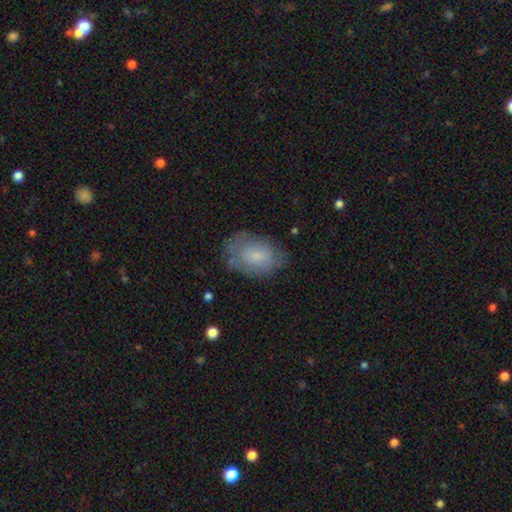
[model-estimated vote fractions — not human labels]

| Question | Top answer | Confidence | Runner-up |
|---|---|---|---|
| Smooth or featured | smooth | 71% | featured or disk (22%) |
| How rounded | in between | 84% | round (14%) |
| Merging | none | 68% | minor disturbance (23%) |